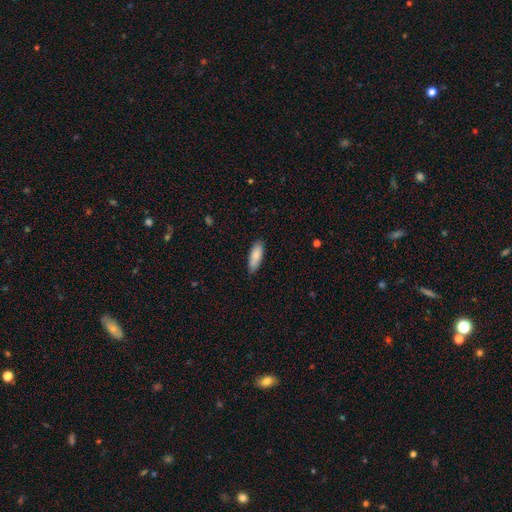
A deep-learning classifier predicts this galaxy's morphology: This is clearly a smooth galaxy (85%). How rounded: likely in between (62%). Merging: clearly none (83%).